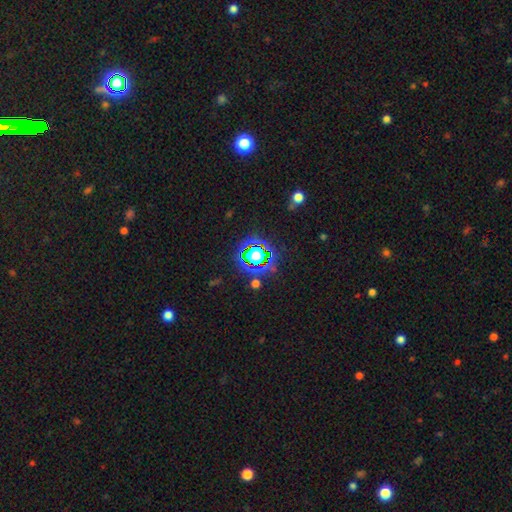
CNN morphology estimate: A star or artifact, not a galaxy (76%).